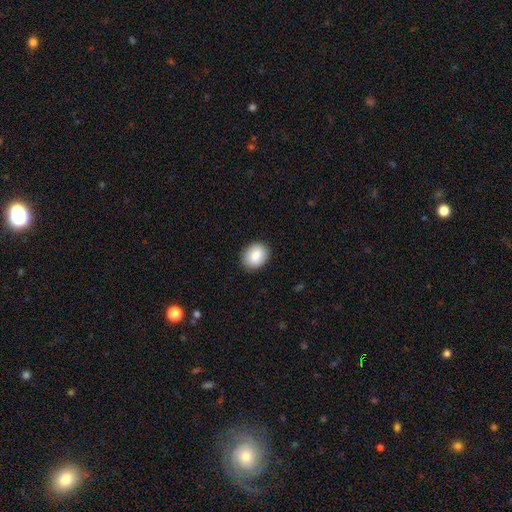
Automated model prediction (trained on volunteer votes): Smooth or featured? smooth (87%)
How rounded? in between (56%)
Merging? none (87%)